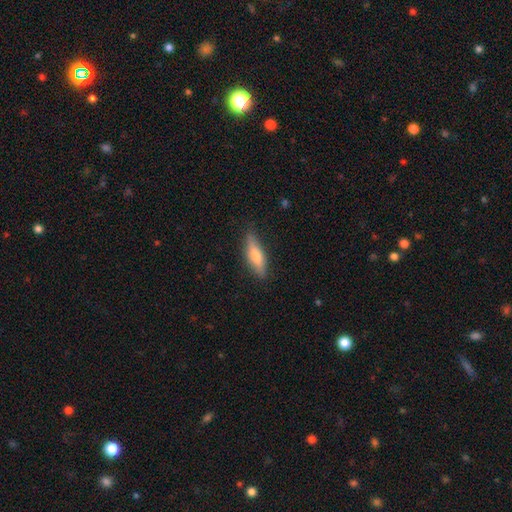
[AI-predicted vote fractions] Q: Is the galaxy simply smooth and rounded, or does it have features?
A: smooth — 57%.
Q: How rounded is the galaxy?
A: cigar-shaped — 68%.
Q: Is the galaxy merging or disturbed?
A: none — 84%.